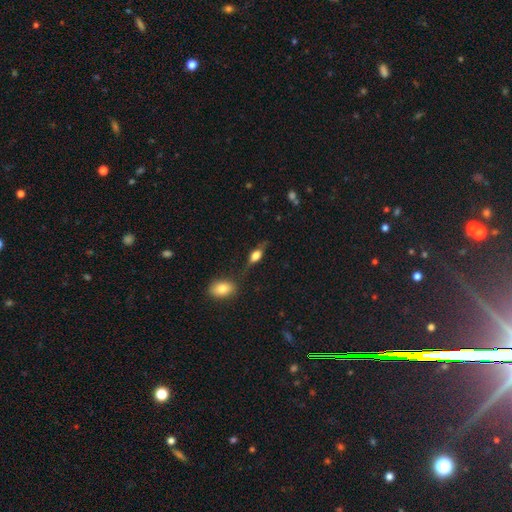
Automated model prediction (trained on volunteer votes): Morphology: type=smooth (48%); merging=none (67%).